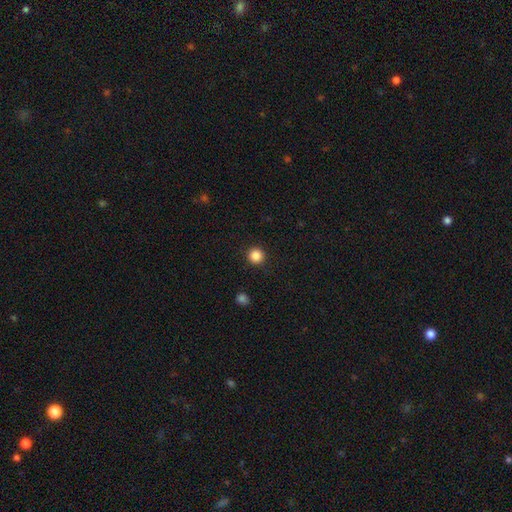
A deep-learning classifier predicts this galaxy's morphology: smooth 86%, star or artifact 11%, featured or disk 3%. Down the decision tree: how rounded — round (96%); merging — none (93%).